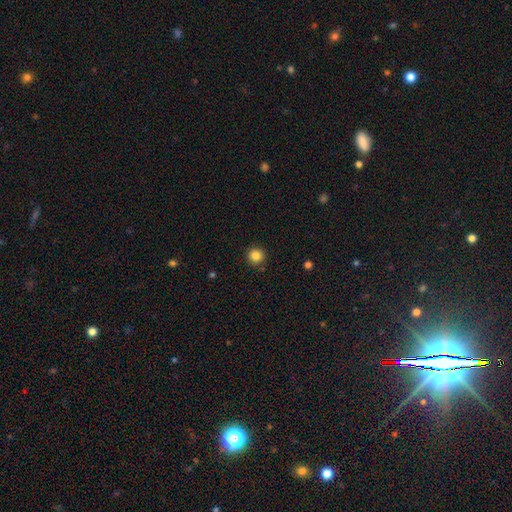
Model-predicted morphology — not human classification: type=smooth (84%); roundness=round (95%); merging=none (91%).